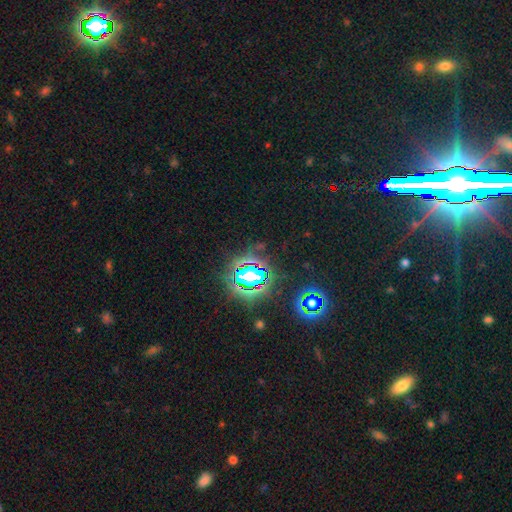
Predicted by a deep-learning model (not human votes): Smooth or featured?
  - star or artifact: 81% *
  - smooth: 11%
  - featured or disk: 8%